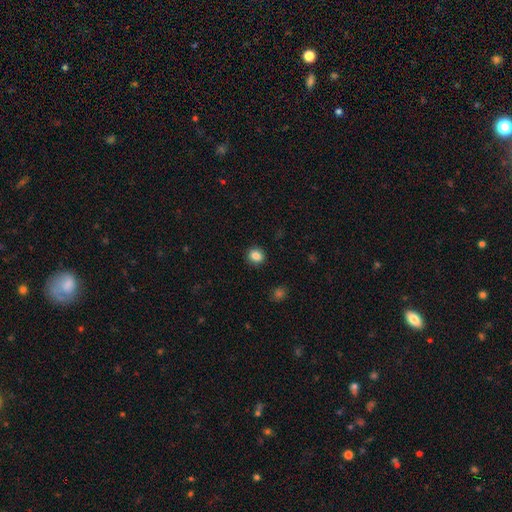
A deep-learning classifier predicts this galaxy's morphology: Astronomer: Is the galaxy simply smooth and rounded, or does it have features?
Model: smooth — 85%.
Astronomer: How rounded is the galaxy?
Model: round — 80%.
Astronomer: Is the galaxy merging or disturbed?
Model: none — 90%.